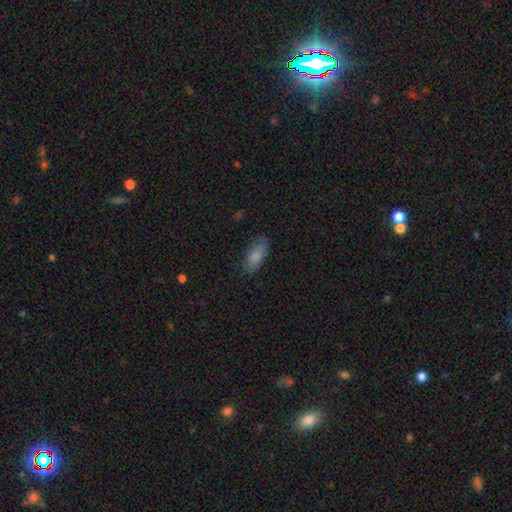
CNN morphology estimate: Smooth or featured: smooth — 84% (featured or disk — 9%)
How rounded: in between — 81% (cigar-shaped — 17%)
Merging: none — 81% (minor disturbance — 14%)